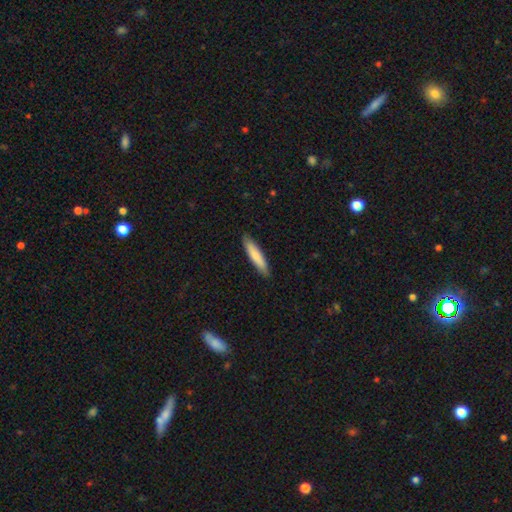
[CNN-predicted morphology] Overall: smooth (80%). How rounded: cigar-shaped (84%). Merging: none (88%).